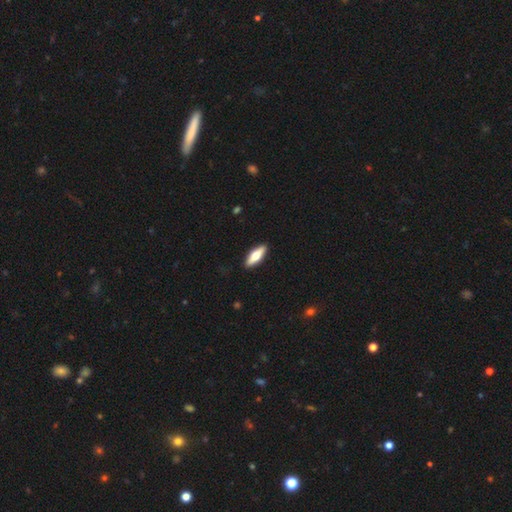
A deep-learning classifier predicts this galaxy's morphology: This appears to be a smooth galaxy with no disk features (54%) that is in between round and cigar-shaped (51%). Merging: none (91%).